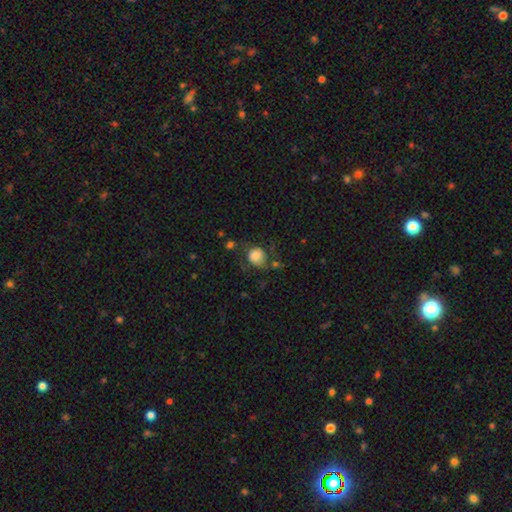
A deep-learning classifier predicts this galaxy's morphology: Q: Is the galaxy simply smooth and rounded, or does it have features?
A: smooth — 78%.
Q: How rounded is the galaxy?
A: round — 72%.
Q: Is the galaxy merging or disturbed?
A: none — 50%.